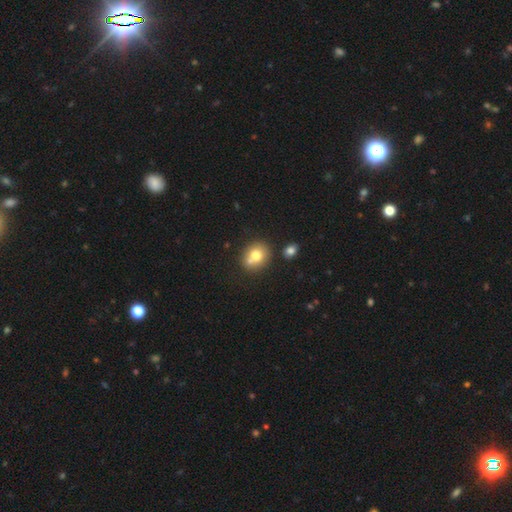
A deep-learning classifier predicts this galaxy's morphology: smooth_or_featured: smooth (p=0.74) [alt: featured or disk p=0.16]
how_rounded: round (p=0.67) [alt: in between p=0.32]
merging: none (p=0.57) [alt: merger p=0.27]